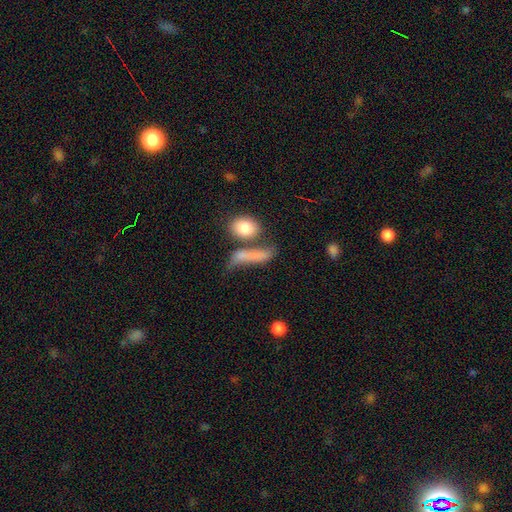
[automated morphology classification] Smooth or featured? smooth (72%)
How rounded? cigar-shaped (46%)
Merging? none (39%)